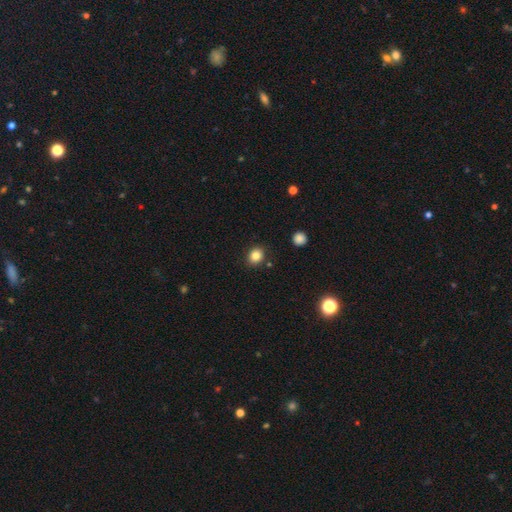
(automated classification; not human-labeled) A smooth galaxy with no disk features (84%) that is round (68%). Merging: none (87%).